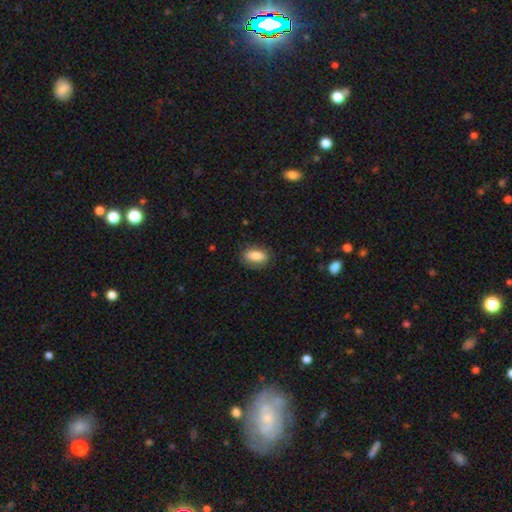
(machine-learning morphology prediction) Smooth or featured? Predicted: smooth (p=0.83). How rounded? Predicted: in between (p=0.88). Merging? Predicted: none (p=0.80).